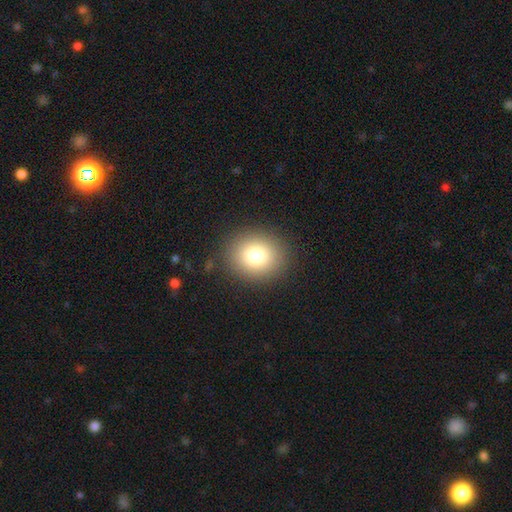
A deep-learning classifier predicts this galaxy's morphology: Overall: smooth (79%). How rounded: round (72%). Merging: none (88%).